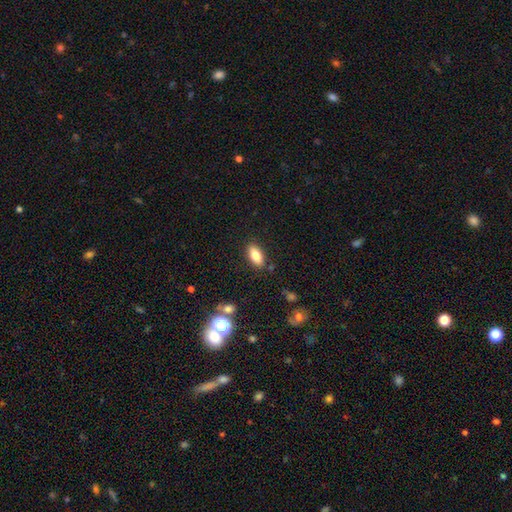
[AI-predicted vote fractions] Smooth or featured: smooth — 79% (featured or disk — 13%)
How rounded: in between — 85% (cigar-shaped — 11%)
Merging: none — 86% (minor disturbance — 10%)